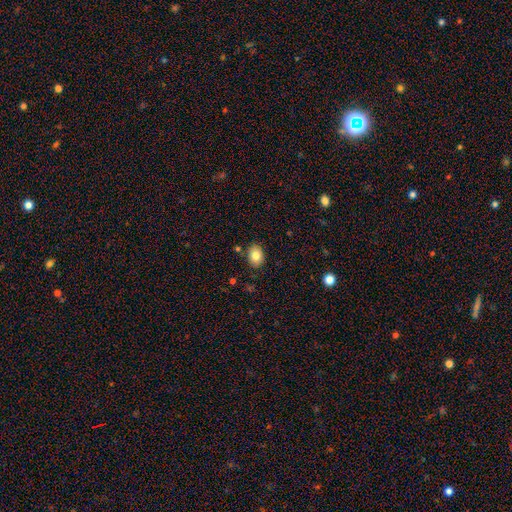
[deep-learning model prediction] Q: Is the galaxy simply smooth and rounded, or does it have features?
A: smooth — 82%.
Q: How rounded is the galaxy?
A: in between — 75%.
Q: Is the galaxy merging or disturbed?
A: none — 85%.